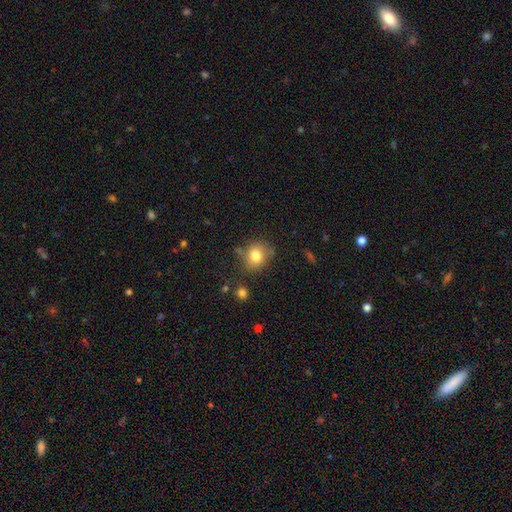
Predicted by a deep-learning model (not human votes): The model was most divided on "how rounded": round: 66%, in between: 33%, cigar-shaped: 1%. More confident: smooth or featured — smooth (79%); merging — none (75%).